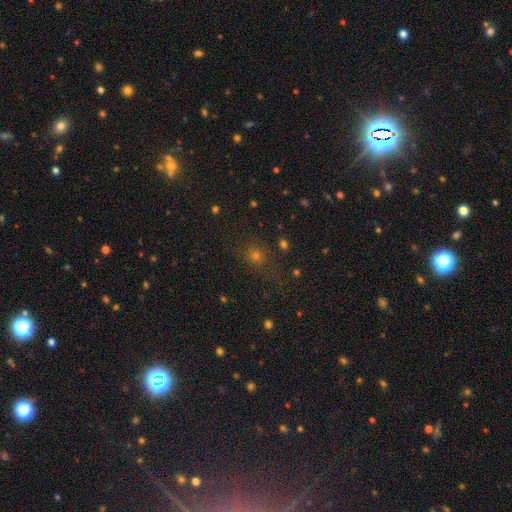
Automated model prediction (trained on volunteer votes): Q: Smooth or featured?
A: smooth (54%); runner-up: star or artifact (36%)
Q: How rounded?
A: round (74%); runner-up: in between (25%)
Q: Merging?
A: none (75%); runner-up: minor disturbance (14%)